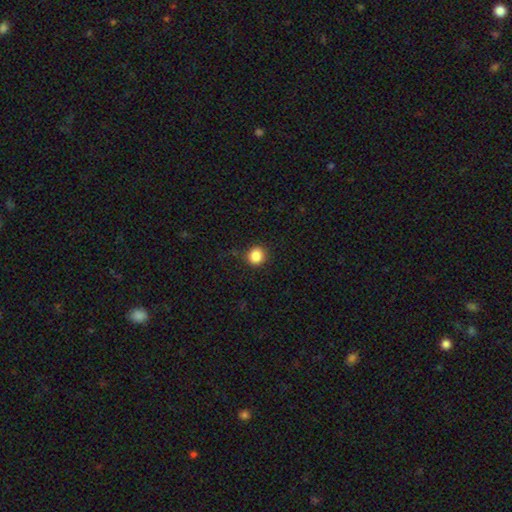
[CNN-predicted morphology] Smooth or featured: smooth — 87% (star or artifact — 10%)
How rounded: round — 88% (in between — 11%)
Merging: none — 87% (minor disturbance — 9%)